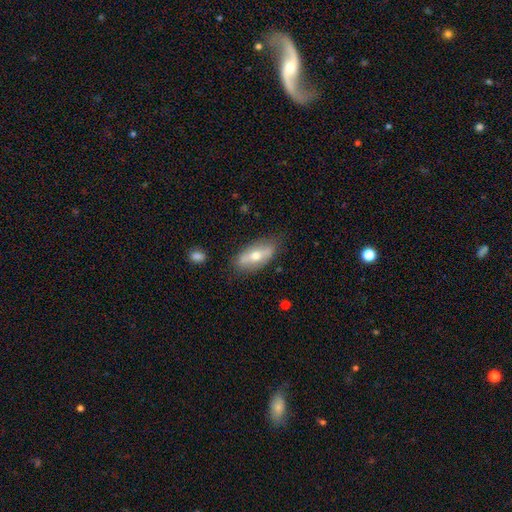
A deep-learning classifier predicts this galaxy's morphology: smooth_or_featured: smooth (p=0.51) [alt: featured or disk p=0.43]
how_rounded: in between (p=0.80) [alt: cigar-shaped p=0.17]
merging: none (p=0.77) [alt: minor disturbance p=0.16]